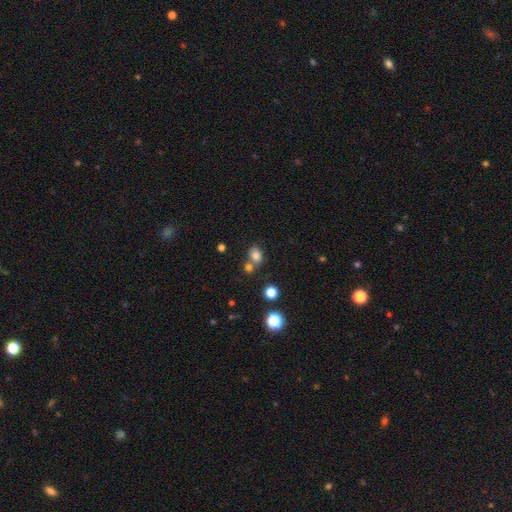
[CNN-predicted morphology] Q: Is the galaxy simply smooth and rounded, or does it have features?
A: smooth — 79%.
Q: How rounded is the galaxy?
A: in between — 53%.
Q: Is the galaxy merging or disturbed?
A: none — 57%.